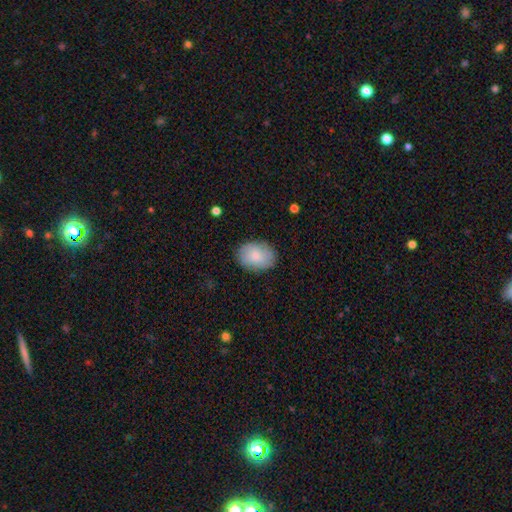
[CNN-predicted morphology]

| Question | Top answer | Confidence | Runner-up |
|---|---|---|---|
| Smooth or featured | smooth | 78% | featured or disk (15%) |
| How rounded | in between | 65% | round (34%) |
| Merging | none | 83% | minor disturbance (13%) |